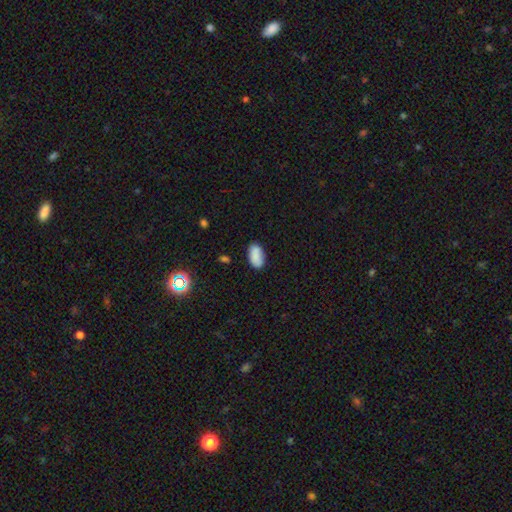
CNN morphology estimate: Smooth or featured? smooth (85%)
How rounded? in between (94%)
Merging? none (81%)